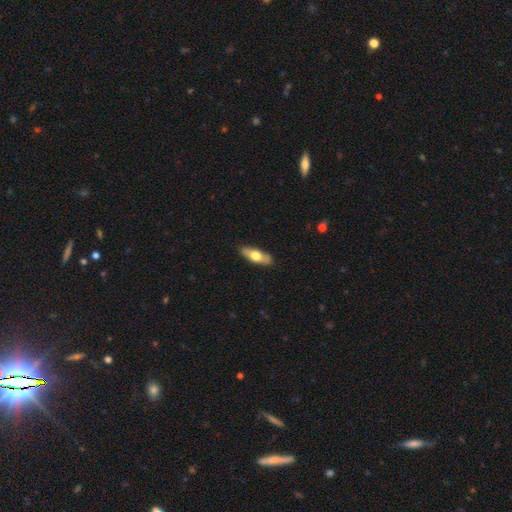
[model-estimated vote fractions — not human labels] Smooth or featured: smooth — 60% (featured or disk — 34%)
How rounded: in between — 65% (cigar-shaped — 33%)
Merging: none — 85% (minor disturbance — 12%)